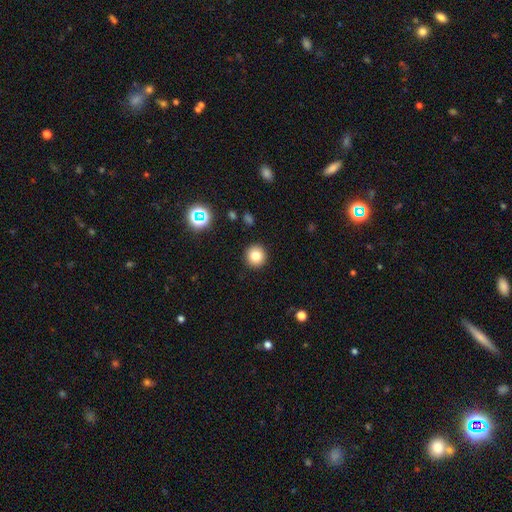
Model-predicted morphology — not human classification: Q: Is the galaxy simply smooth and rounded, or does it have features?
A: smooth — 80%.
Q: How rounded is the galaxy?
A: round — 95%.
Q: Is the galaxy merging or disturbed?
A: none — 92%.